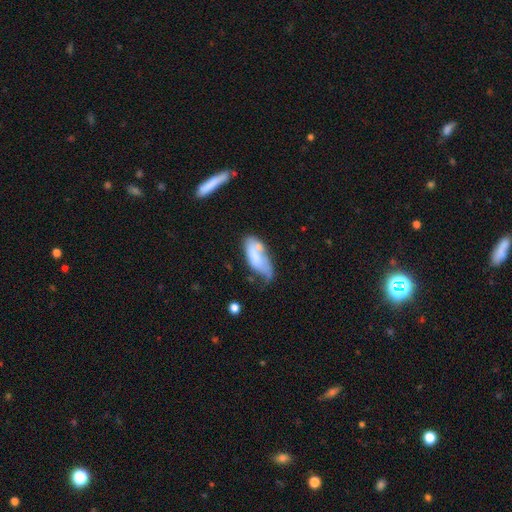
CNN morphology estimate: smooth_or_featured: smooth (p=0.63) [alt: featured or disk p=0.30]
how_rounded: in between (p=0.83) [alt: cigar-shaped p=0.15]
merging: minor disturbance (p=0.33) [alt: none p=0.26]